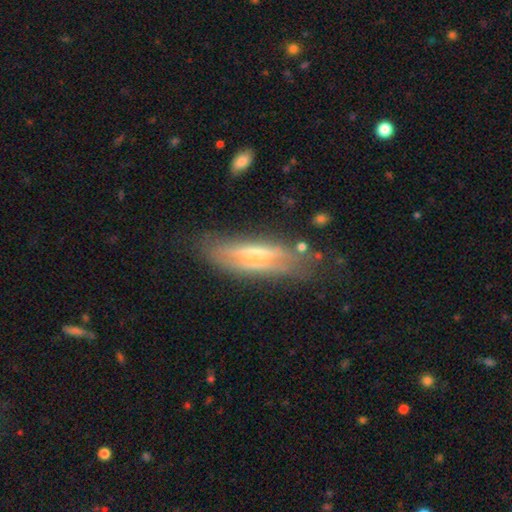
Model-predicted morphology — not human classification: A featured or disk galaxy (63%) viewed edge-on (81%) with a rounded central bulge (61%).

Vote fractions:
- Smooth or featured? featured or disk: 63% / smooth: 29% / star or artifact: 7%
- Edge-on disk? yes: 81% / no: 19%
- Edge-on bulge? rounded: 61% / none: 25% / boxy: 15%
- Merging? none: 68% / minor disturbance: 21% / major disturbance: 8% / merger: 3%